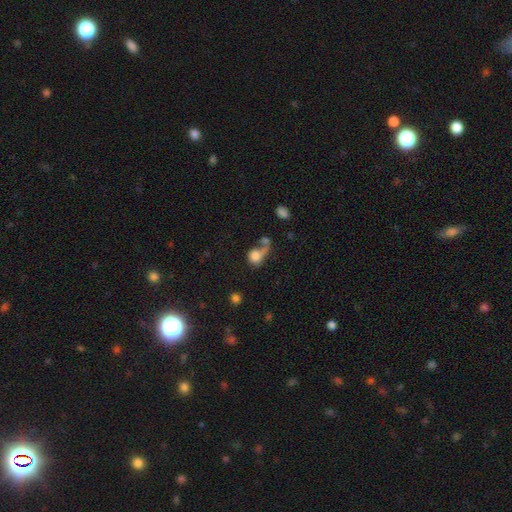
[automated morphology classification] The model was most divided on "merging": merger: 40%, none: 27%, major disturbance: 21%, minor disturbance: 12%. More confident: smooth or featured — smooth (75%); how rounded — round (68%).